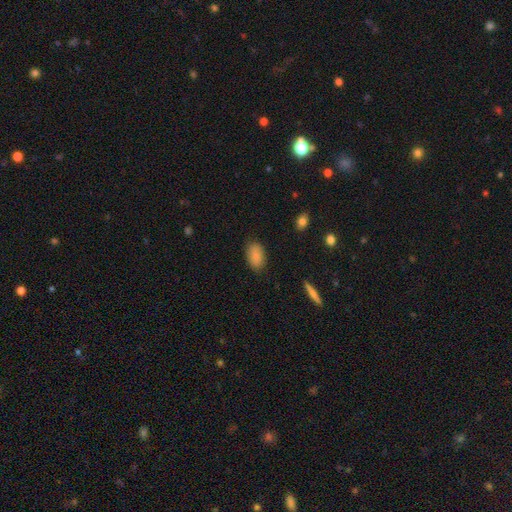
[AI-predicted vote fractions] The model was most divided on "merging": none: 83%, minor disturbance: 13%, major disturbance: 3%, merger: 1%. More confident: how rounded — in between (92%); smooth or featured — smooth (88%).